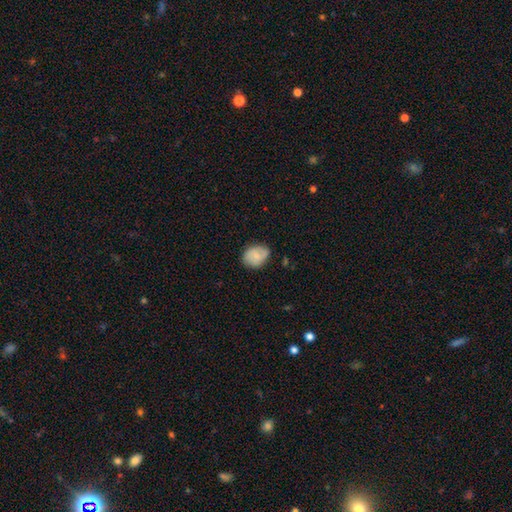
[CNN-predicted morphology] Q: Smooth or featured?
A: smooth (66%); runner-up: featured or disk (27%)
Q: How rounded?
A: in between (63%); runner-up: round (36%)
Q: Merging?
A: none (74%); runner-up: minor disturbance (20%)